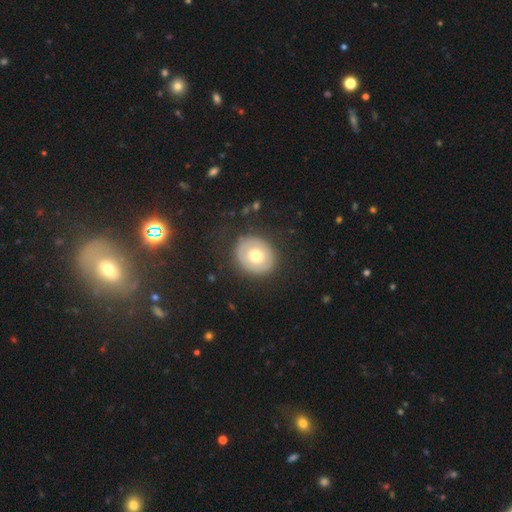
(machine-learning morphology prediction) Smooth or featured?
  - smooth: 57% *
  - featured or disk: 36%
  - star or artifact: 7%
How rounded?
  - round: 68% *
  - in between: 31%
  - cigar-shaped: 1%
Merging?
  - none: 84% *
  - minor disturbance: 10%
  - major disturbance: 5%
  - merger: 1%